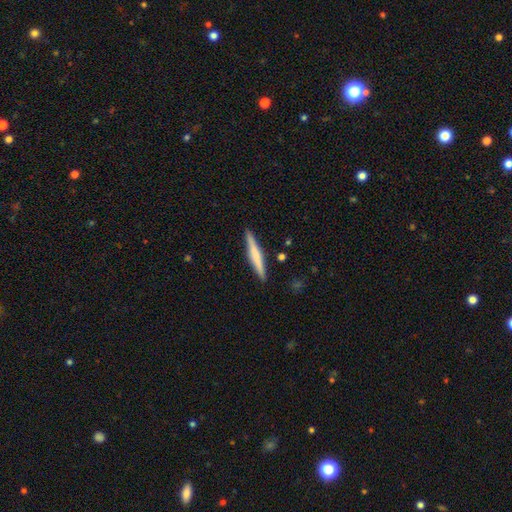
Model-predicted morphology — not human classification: smooth-or-featured: smooth: 52% | featured or disk: 43% | star or artifact: 5%
  how-rounded: cigar-shaped: 94% | in between: 4% | round: 1%
  merging: none: 90% | minor disturbance: 7% | major disturbance: 1% | merger: 1%